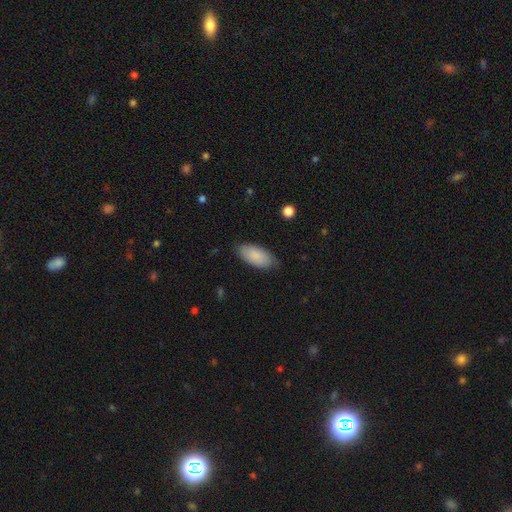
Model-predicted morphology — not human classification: The model was most divided on "merging": none: 81%, minor disturbance: 15%, major disturbance: 3%, merger: 1%. More confident: how rounded — in between (91%); smooth or featured — smooth (87%).